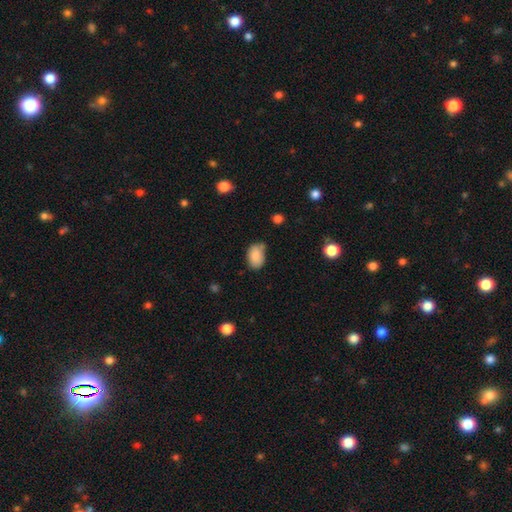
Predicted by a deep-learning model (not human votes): This is clearly a smooth galaxy (86%). How rounded: clearly in between (87%). Merging: likely none (63%).